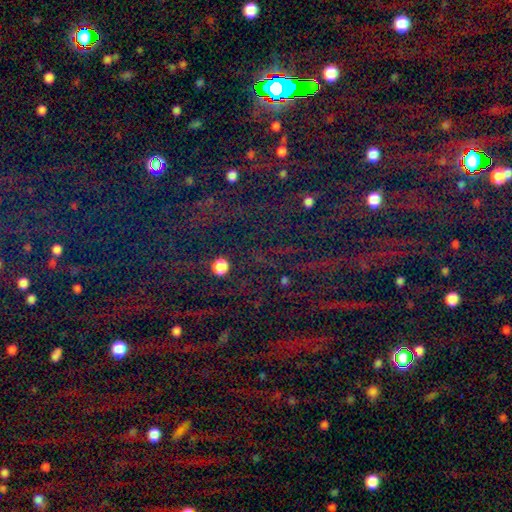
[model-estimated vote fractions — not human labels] The model was most divided on "smooth or featured": star or artifact: 80%, smooth: 13%, featured or disk: 7%.